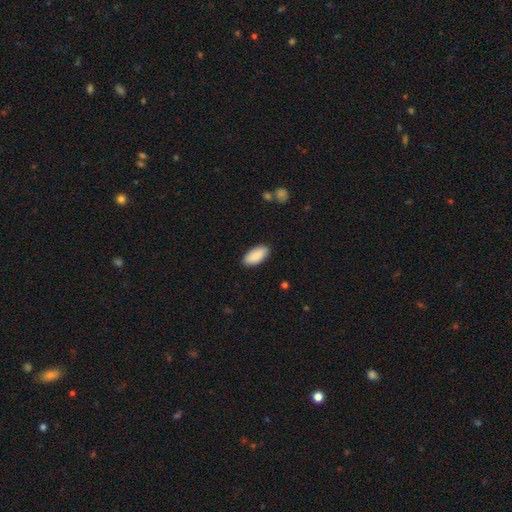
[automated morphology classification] Smooth or featured: smooth — 90% (star or artifact — 6%)
How rounded: in between — 92% (cigar-shaped — 7%)
Merging: none — 88% (minor disturbance — 9%)